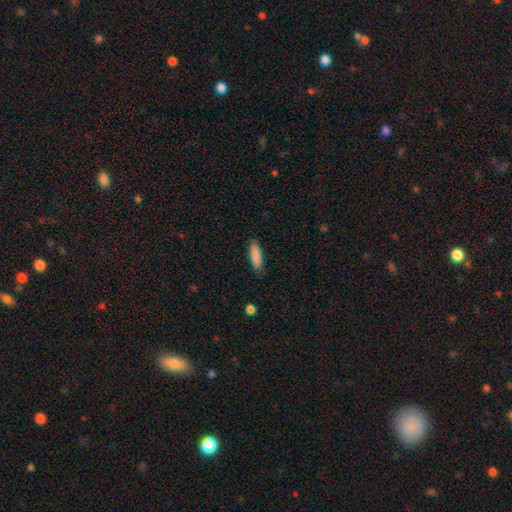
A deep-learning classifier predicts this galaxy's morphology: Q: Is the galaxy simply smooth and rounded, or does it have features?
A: smooth — 86%.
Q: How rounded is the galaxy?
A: cigar-shaped — 50%.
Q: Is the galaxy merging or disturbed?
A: none — 86%.